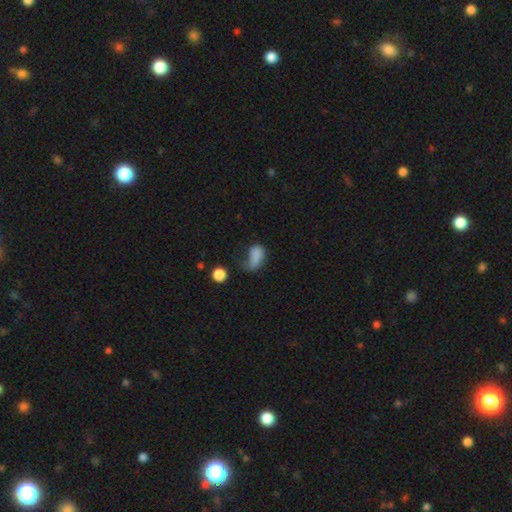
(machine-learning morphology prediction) Q: Smooth or featured?
A: smooth (75%); runner-up: featured or disk (14%)
Q: How rounded?
A: in between (84%); runner-up: round (13%)
Q: Merging?
A: major disturbance (44%); runner-up: minor disturbance (24%)